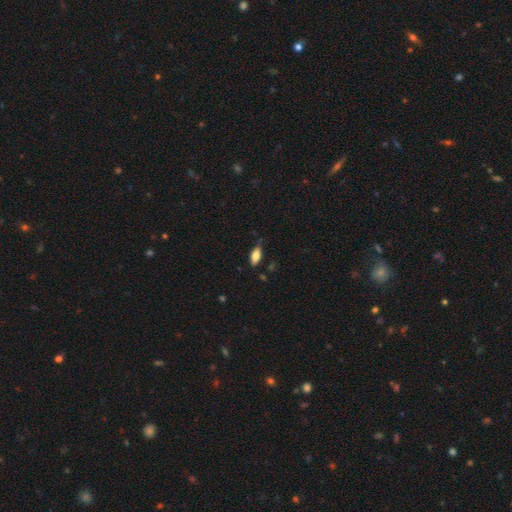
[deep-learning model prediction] Smooth or featured? Predicted: smooth (p=0.76). How rounded? Predicted: in between (p=0.84). Merging? Predicted: none (p=0.74).